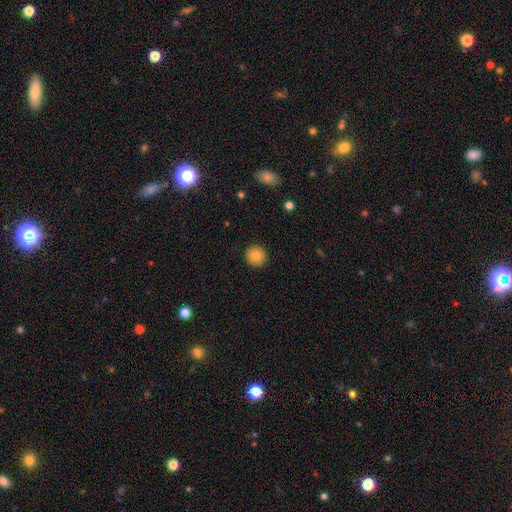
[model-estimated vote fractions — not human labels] Overall: smooth (85%). How rounded: round (95%). Merging: none (92%).